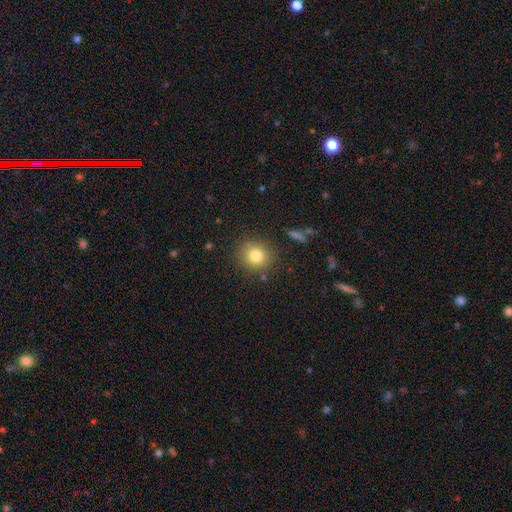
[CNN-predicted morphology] A smooth galaxy with no disk features (80%) that is round (87%). Merging: none (86%).